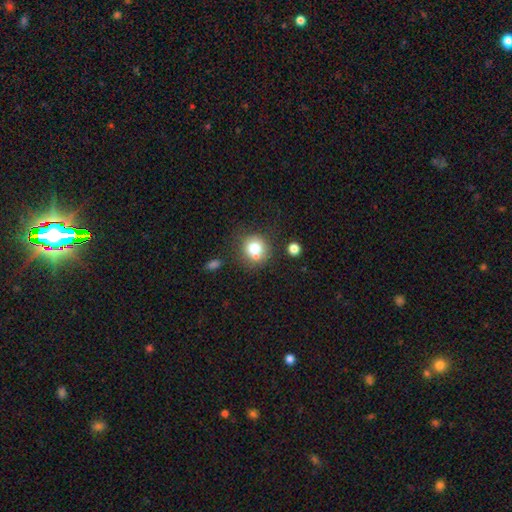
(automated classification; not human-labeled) The model was most divided on "merging": none: 59%, merger: 21%, minor disturbance: 15%, major disturbance: 5%. More confident: how rounded — round (83%); smooth or featured — smooth (74%).